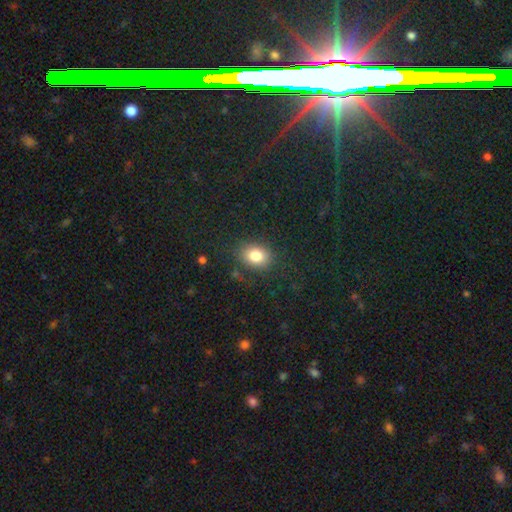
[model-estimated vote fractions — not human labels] A smooth galaxy with no disk features (82%) that is in between round and cigar-shaped (58%). Merging: none (83%).